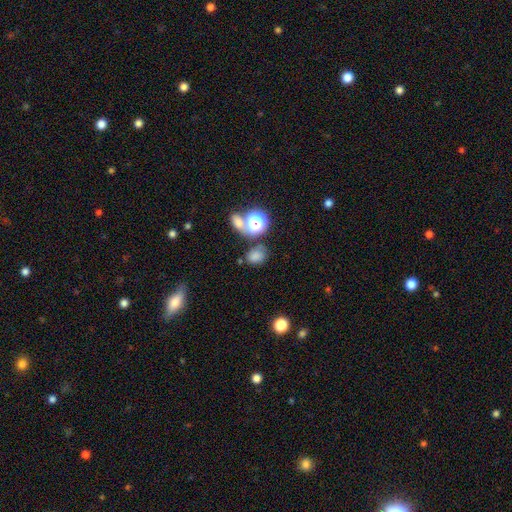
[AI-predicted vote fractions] This appears to be a smooth galaxy with no disk features (72%) that is in between round and cigar-shaped (53%). Merging: none (59%).